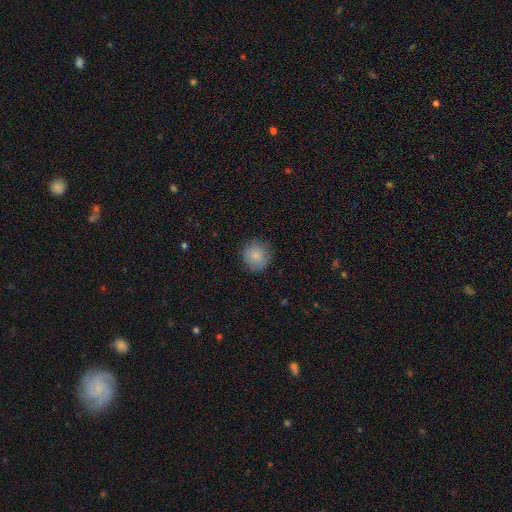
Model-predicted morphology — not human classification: This appears to be a smooth galaxy with no disk features (85%) that is round (91%). Merging: none (85%).